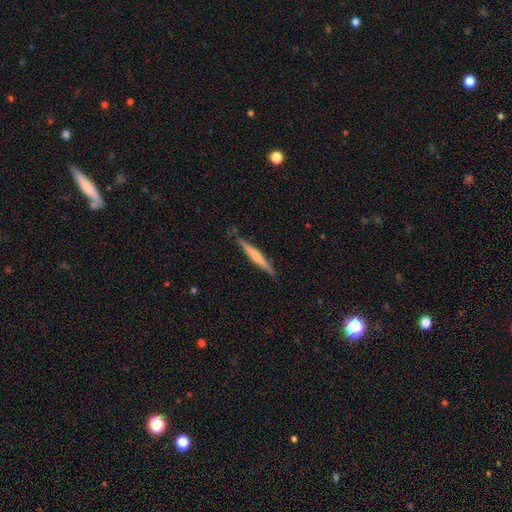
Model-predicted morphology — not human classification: A smooth galaxy with no disk features (51%) that is cigar-shaped (96%). Merging: none (84%).